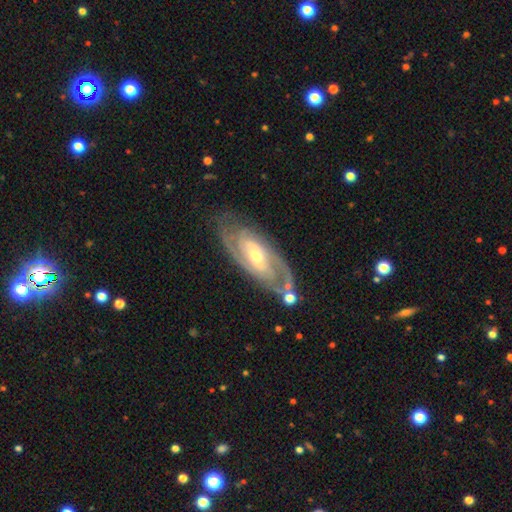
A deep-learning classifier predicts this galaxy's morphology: The model was most divided on "bulge size": small: 50%, moderate: 47%, large: 2%, none: 1%, dominant: 1%. Remaining: spiral arms — yes (96%); edge-on disk — no (92%); smooth or featured — featured or disk (88%); merging — none (74%); spiral arm count — 2 (66%); spiral winding — tight (56%); bar — weak (40%).